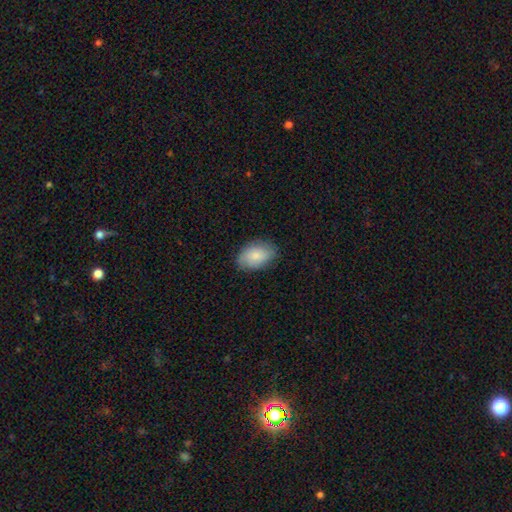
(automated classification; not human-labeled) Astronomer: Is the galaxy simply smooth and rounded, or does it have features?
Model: smooth — 84%.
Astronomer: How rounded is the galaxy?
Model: in between — 88%.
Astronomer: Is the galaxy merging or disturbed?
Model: none — 82%.